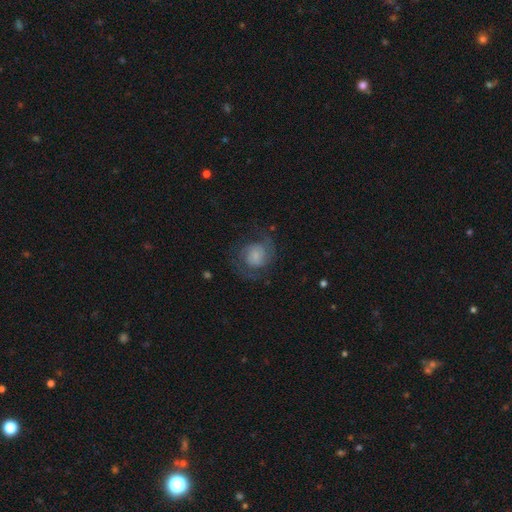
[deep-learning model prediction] This appears to be a featured or disk galaxy (70%) with no bar (61%), 2 (73%) medium (45%) spiral arms (91%) and a small central bulge (49%). Merging: none (65%).